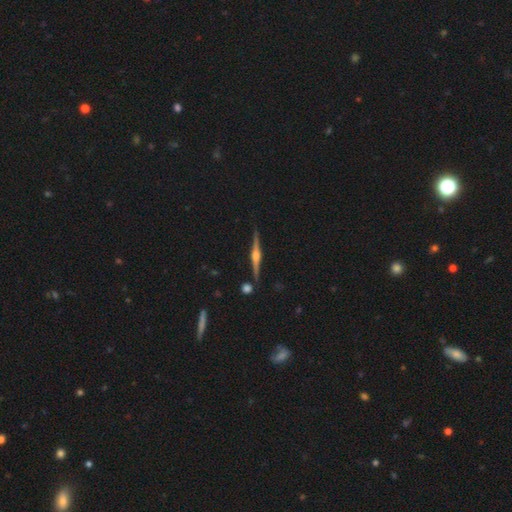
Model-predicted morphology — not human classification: Overall: featured or disk (86%). Edge-on disk: yes (98%). Edge-on bulge: rounded (90%). Merging: none (88%).